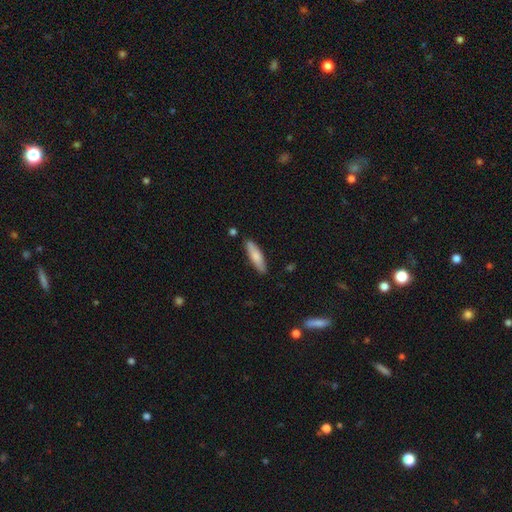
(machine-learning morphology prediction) smooth 75%, featured or disk 19%, star or artifact 5%. Down the decision tree: how rounded — cigar-shaped (68%); merging — none (86%).